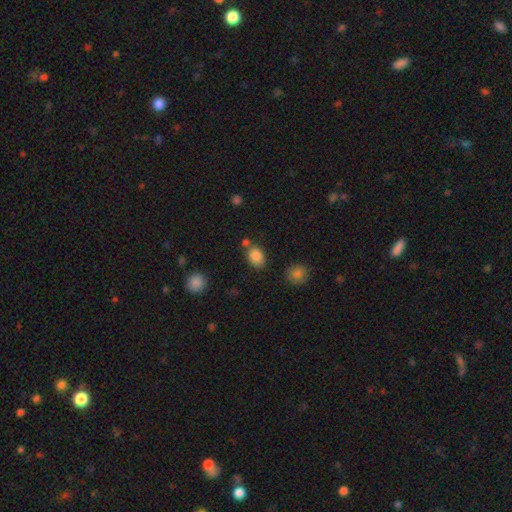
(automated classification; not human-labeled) The model was most divided on "how rounded": in between: 70%, round: 29%, cigar-shaped: 1%. More confident: smooth or featured — smooth (85%); merging — none (67%).